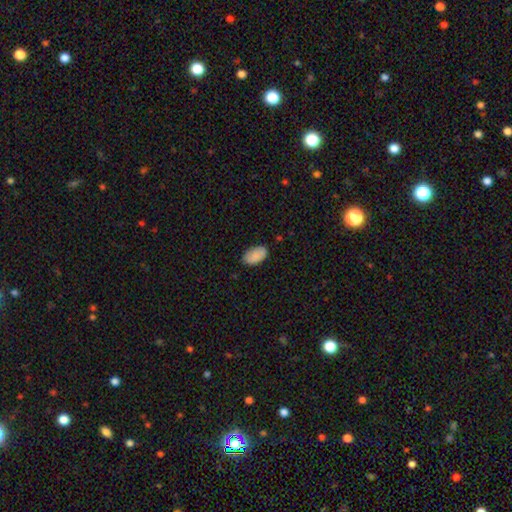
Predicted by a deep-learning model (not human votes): Smooth or featured? smooth (87%)
How rounded? in between (94%)
Merging? none (81%)